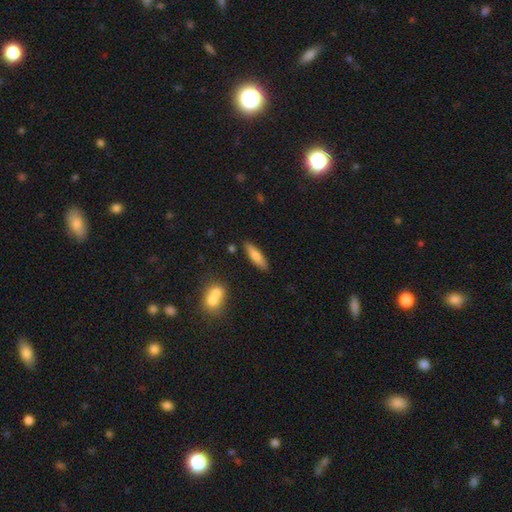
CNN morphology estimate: smooth 75%, featured or disk 18%, star or artifact 6%. Down the decision tree: how rounded — cigar-shaped (68%); merging — none (84%).